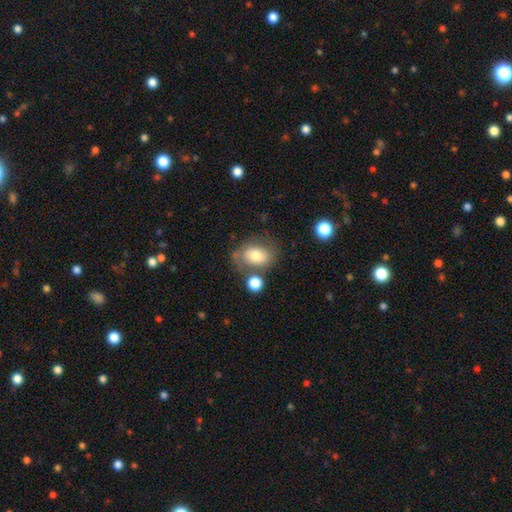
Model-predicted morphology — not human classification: The model was most divided on "how rounded": in between: 67%, round: 32%, cigar-shaped: 1%. More confident: smooth or featured — smooth (66%); merging — none (56%).